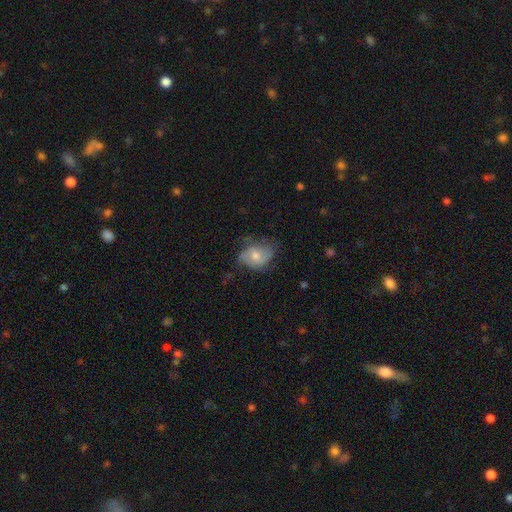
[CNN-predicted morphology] Smooth or featured?
  - featured or disk: 53% *
  - smooth: 37%
  - star or artifact: 9%
Edge-on disk?
  - no: 96% *
  - yes: 4%
Bar?
  - no: 66% *
  - weak: 29%
  - strong: 6%
Spiral arms?
  - yes: 80% *
  - no: 20%
Bulge size?
  - moderate: 59% *
  - small: 33%
  - large: 4%
  - none: 3%
  - dominant: 1%
Merging?
  - none: 58% *
  - minor disturbance: 29%
  - major disturbance: 12%
  - merger: 1%